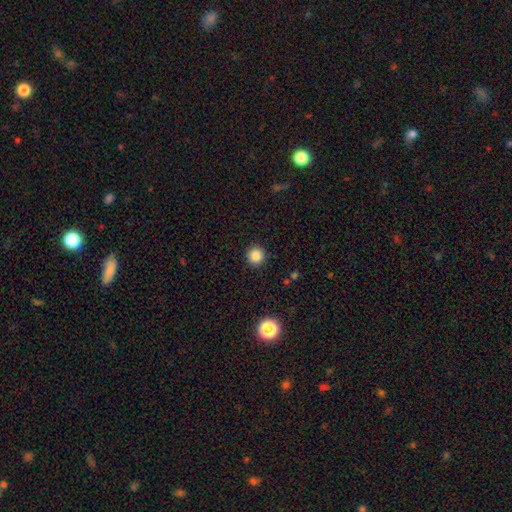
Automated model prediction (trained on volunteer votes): A smooth galaxy with no disk features (85%) that is round (95%).

Vote fractions:
- Smooth or featured? smooth: 85% / star or artifact: 11% / featured or disk: 4%
- How rounded? round: 95% / in between: 4% / cigar-shaped: 1%
- Merging? none: 92% / minor disturbance: 5% / major disturbance: 2% / merger: 1%